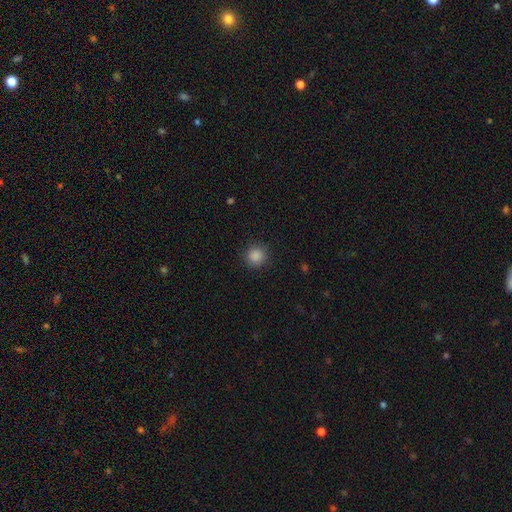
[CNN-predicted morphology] smooth 86%, star or artifact 11%, featured or disk 3%. Down the decision tree: how rounded — round (92%); merging — none (89%).